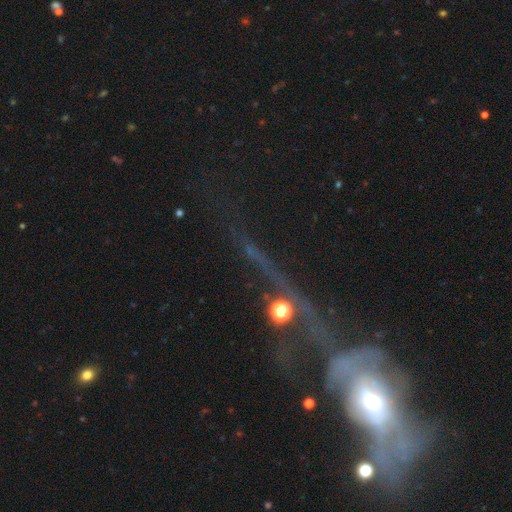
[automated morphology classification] Overall: featured or disk (61%; star or artifact 24%). Edge-on disk: no (63%; yes 37%). Merging: merger (37%; major disturbance 26%).